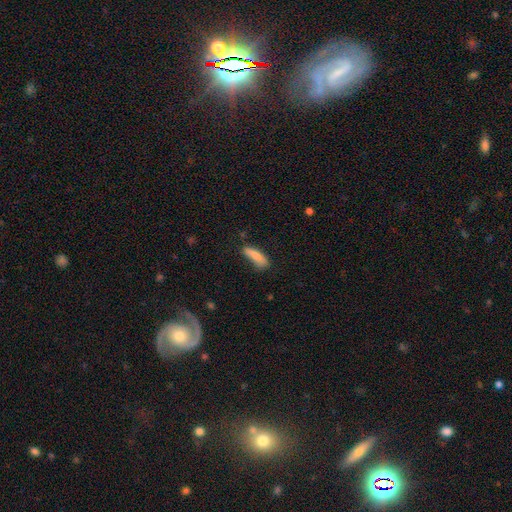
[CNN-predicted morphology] A smooth galaxy with no disk features (83%) that is cigar-shaped (61%).

Vote fractions:
- Smooth or featured? smooth: 83% / featured or disk: 9% / star or artifact: 7%
- How rounded? cigar-shaped: 61% / in between: 38% / round: 2%
- Merging? none: 62% / minor disturbance: 26% / major disturbance: 7% / merger: 4%